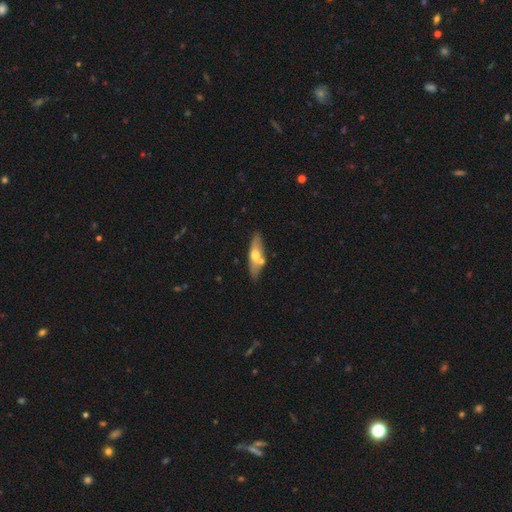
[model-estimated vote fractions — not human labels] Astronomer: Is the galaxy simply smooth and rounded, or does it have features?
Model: smooth — 51% (runner-up: featured or disk, 43%).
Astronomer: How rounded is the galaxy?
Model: in between — 50% (runner-up: cigar-shaped, 47%).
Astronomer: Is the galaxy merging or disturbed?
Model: none — 71%.